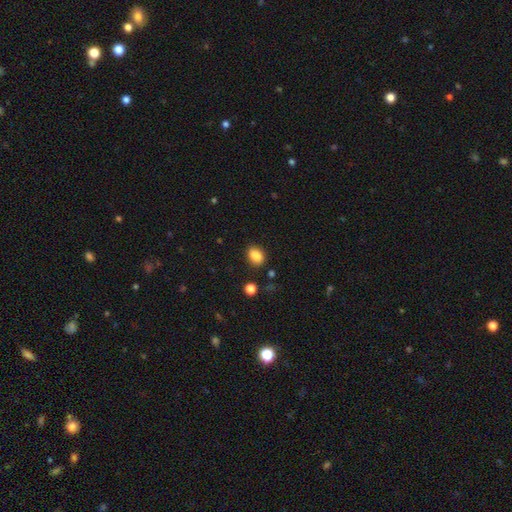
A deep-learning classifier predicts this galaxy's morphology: smooth_or_featured: smooth (p=0.85) [alt: star or artifact p=0.10]
how_rounded: in between (p=0.72) [alt: round p=0.27]
merging: none (p=0.73) [alt: minor disturbance p=0.15]